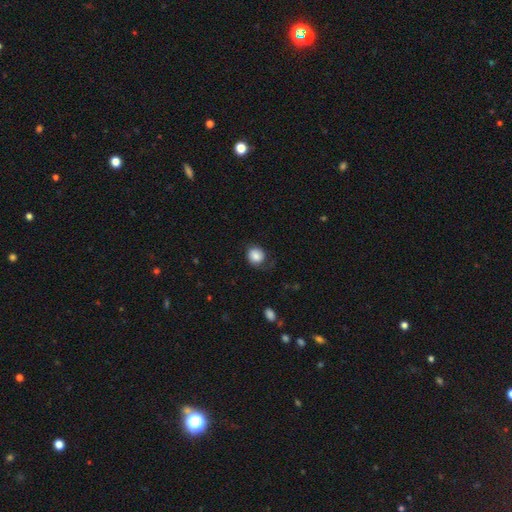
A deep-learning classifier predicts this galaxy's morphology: smooth 78%, featured or disk 14%, star or artifact 8%. Down the decision tree: how rounded — round (74%); merging — none (56%).